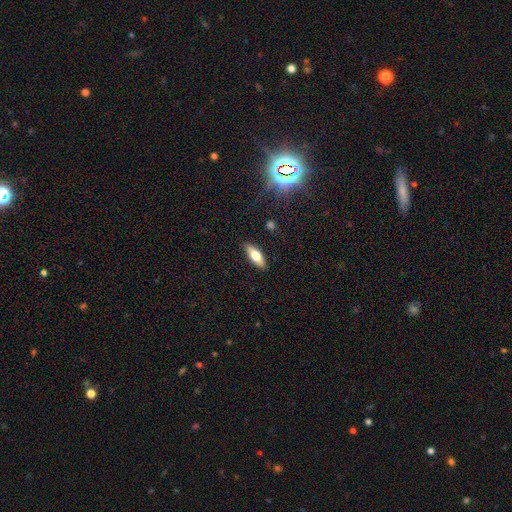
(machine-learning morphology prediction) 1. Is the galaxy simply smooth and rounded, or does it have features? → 64% smooth, 29% featured or disk, 7% star or artifact.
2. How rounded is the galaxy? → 61% in between, 37% cigar-shaped, 2% round.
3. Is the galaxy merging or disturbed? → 89% none, 8% minor disturbance, 2% major disturbance, 1% merger.